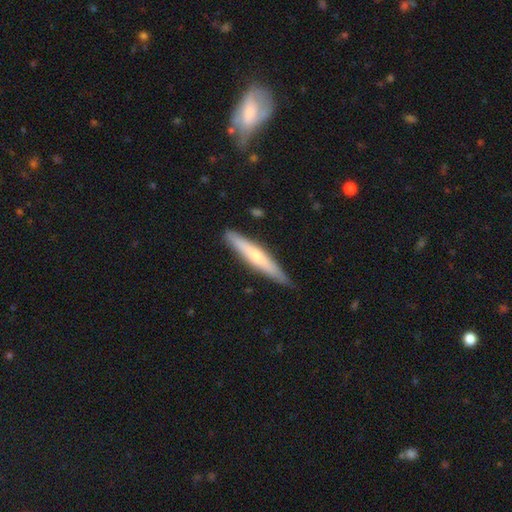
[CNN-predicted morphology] A smooth galaxy with no disk features (50%) that is cigar-shaped (91%). Merging: none (85%).